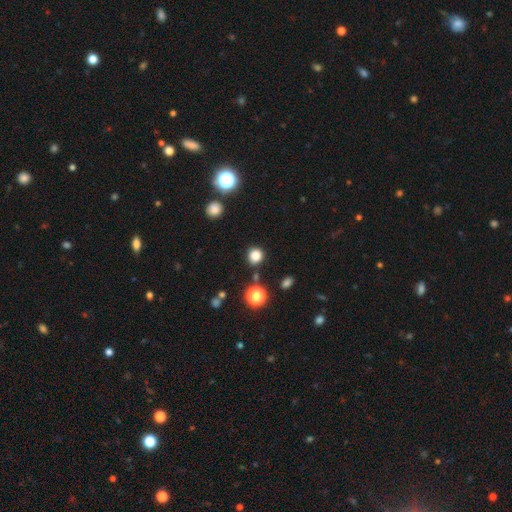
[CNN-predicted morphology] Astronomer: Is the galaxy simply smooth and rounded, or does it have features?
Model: smooth — 81%.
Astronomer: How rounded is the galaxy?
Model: round — 89%.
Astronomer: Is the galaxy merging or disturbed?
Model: none — 85%.